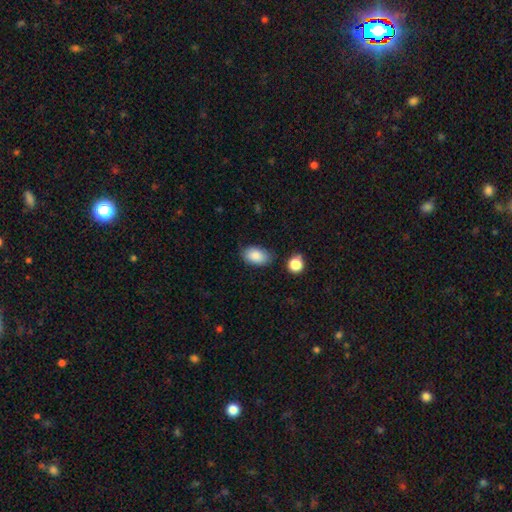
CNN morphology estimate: Overall: smooth (87%). How rounded: in between (92%). Merging: none (77%).